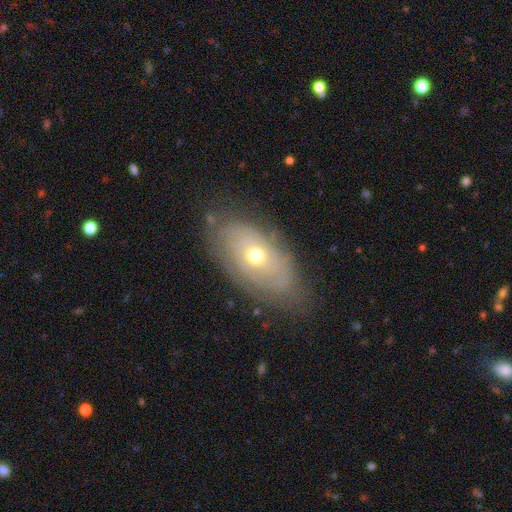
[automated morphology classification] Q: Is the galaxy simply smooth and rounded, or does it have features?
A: featured or disk — 64%.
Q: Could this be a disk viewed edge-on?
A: no — 91%.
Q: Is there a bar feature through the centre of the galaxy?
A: no — 86%.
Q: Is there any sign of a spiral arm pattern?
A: yes — 63%.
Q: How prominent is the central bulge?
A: moderate — 56%.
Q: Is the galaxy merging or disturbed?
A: none — 70%.